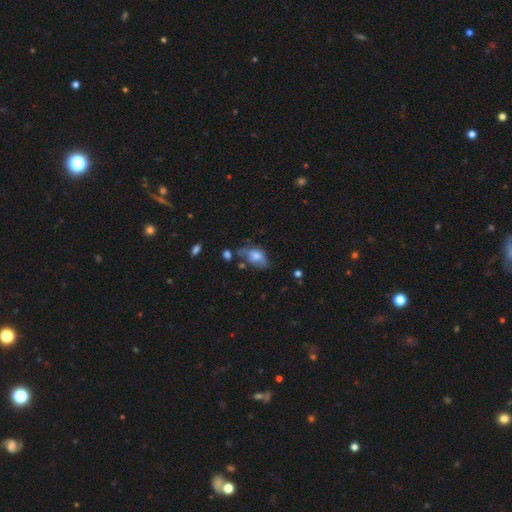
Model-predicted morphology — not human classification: Smooth or featured? smooth (66%)
How rounded? in between (85%)
Merging? none (34%)